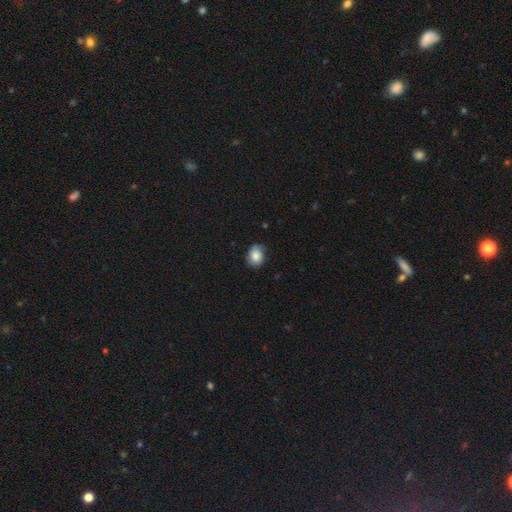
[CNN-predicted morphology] Smooth or featured: smooth — 81% (featured or disk — 11%)
How rounded: in between — 55% (round — 44%)
Merging: none — 70% (minor disturbance — 24%)